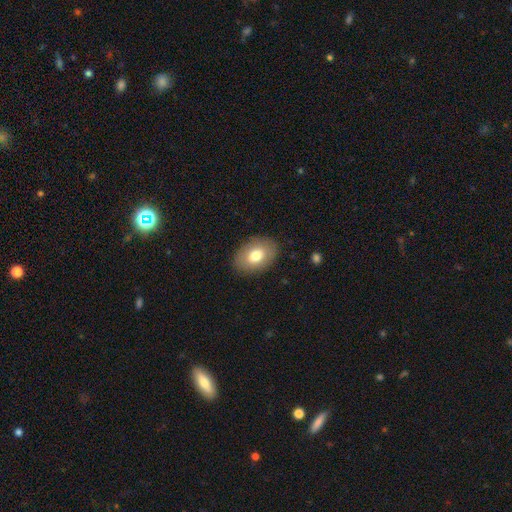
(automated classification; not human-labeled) Q: Smooth or featured?
A: smooth (75%); runner-up: featured or disk (18%)
Q: How rounded?
A: in between (84%); runner-up: round (15%)
Q: Merging?
A: none (86%); runner-up: minor disturbance (10%)